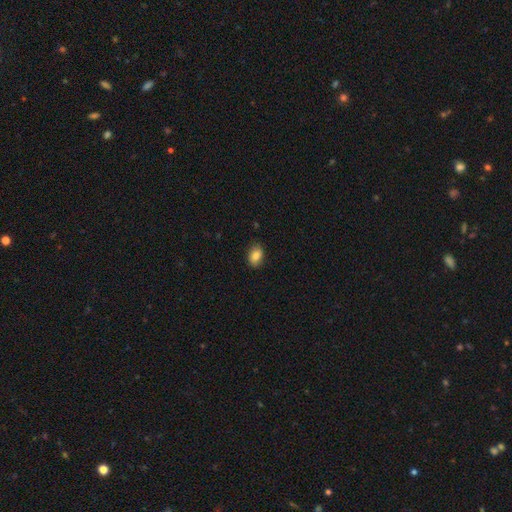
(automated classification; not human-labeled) smooth_or_featured: smooth (p=0.84) [alt: star or artifact p=0.08]
how_rounded: in between (p=0.77) [alt: round p=0.22]
merging: none (p=0.85) [alt: minor disturbance p=0.12]